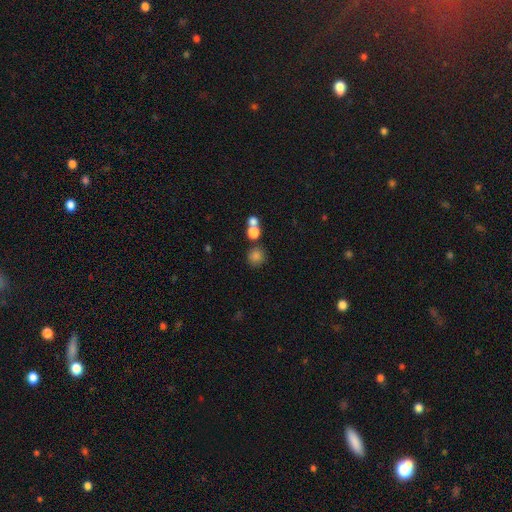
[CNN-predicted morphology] This is likely a smooth galaxy (77%). How rounded: clearly round (90%). Merging: likely none (69%).